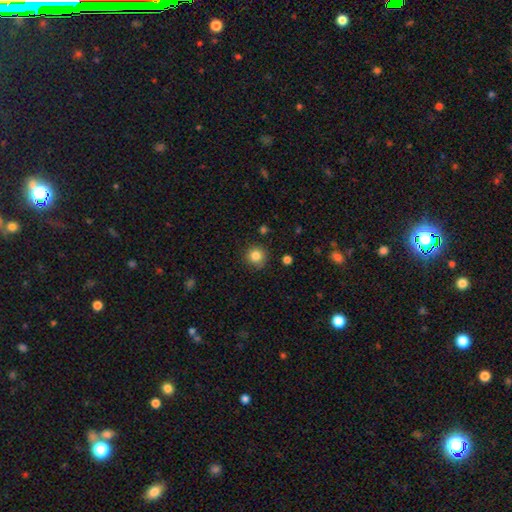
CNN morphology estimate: Smooth or featured? Predicted: smooth (p=0.84). How rounded? Predicted: round (p=0.94). Merging? Predicted: none (p=0.86).